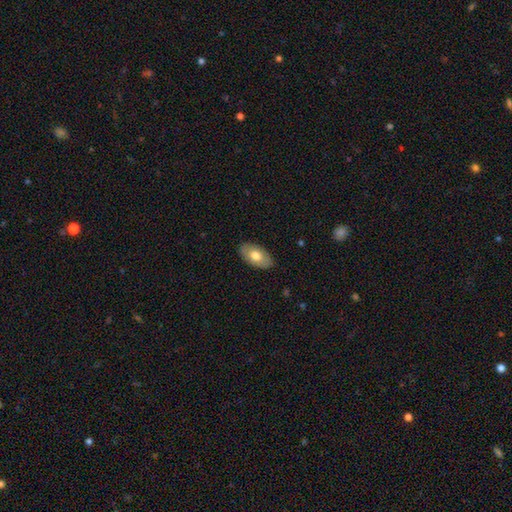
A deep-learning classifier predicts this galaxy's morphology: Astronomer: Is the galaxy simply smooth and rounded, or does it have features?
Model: smooth — 66%.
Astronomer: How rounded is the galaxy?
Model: in between — 94%.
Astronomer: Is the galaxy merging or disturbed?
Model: none — 86%.